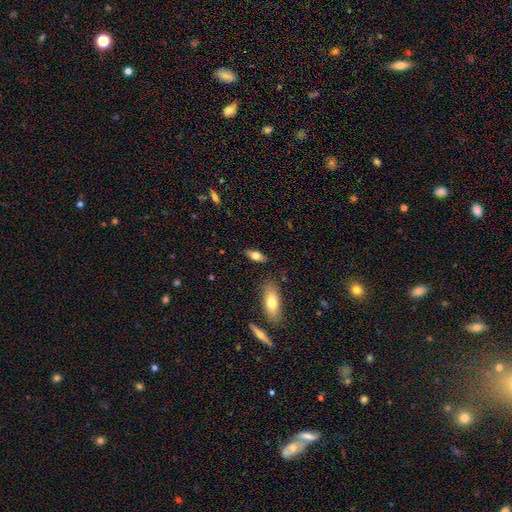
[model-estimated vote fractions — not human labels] Smooth or featured: smooth — 74% (featured or disk — 19%)
How rounded: in between — 81% (cigar-shaped — 16%)
Merging: none — 82% (minor disturbance — 12%)